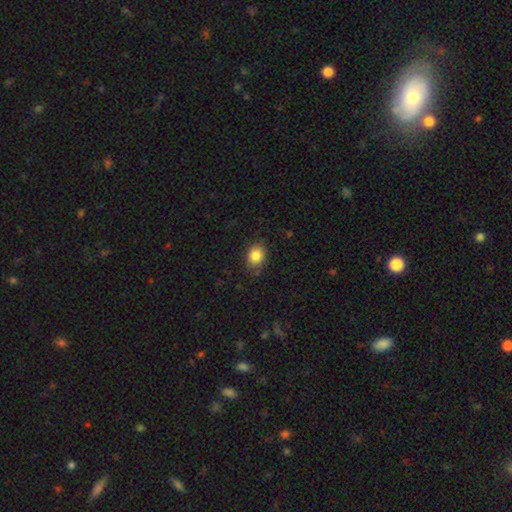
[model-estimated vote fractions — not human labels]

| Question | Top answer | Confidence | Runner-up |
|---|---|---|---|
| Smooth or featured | smooth | 84% | star or artifact (10%) |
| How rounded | in between | 52% | round (47%) |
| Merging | none | 80% | minor disturbance (15%) |